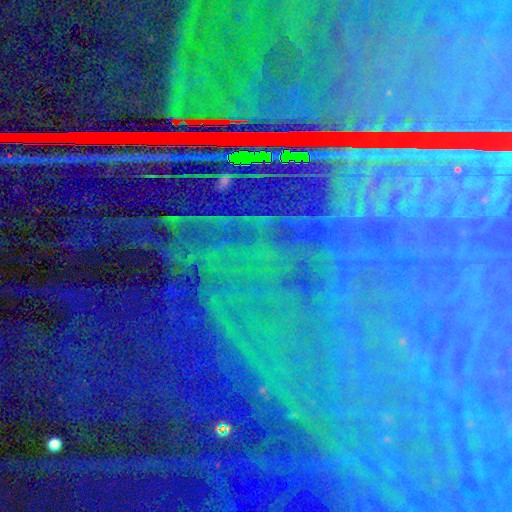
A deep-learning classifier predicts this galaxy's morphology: smooth_or_featured: star or artifact (p=0.89) [alt: featured or disk p=0.06]